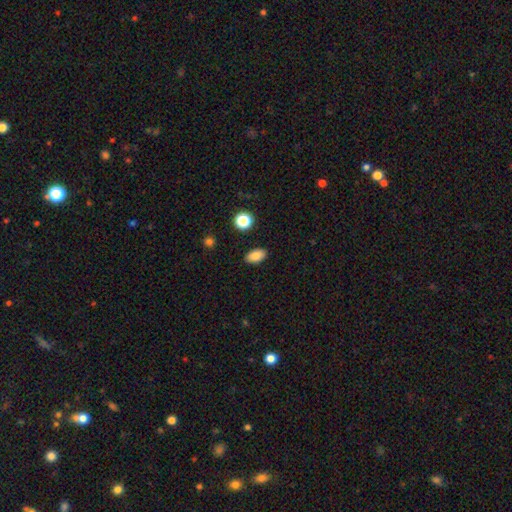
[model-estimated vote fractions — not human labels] This is clearly a smooth galaxy (85%). How rounded: clearly in between (91%). Merging: clearly none (88%).